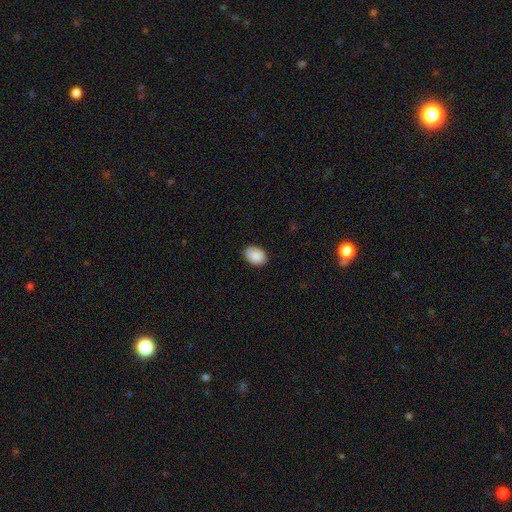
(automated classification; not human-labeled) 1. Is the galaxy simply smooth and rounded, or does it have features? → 90% smooth, 7% star or artifact, 3% featured or disk.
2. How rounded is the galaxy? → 80% in between, 19% round, 1% cigar-shaped.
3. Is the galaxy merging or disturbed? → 87% none, 10% minor disturbance, 2% major disturbance, 1% merger.